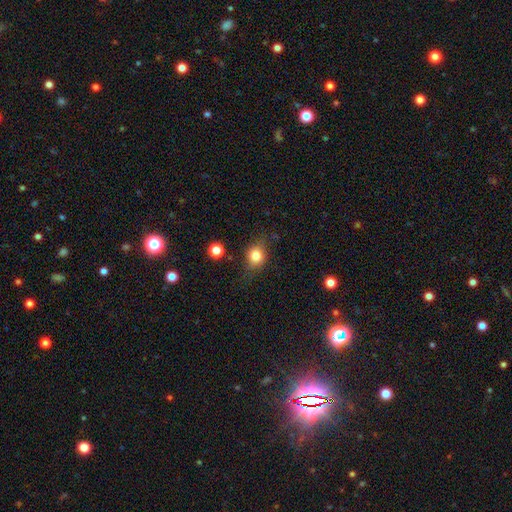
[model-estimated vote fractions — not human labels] A smooth galaxy with no disk features (78%) that is round (63%).

Vote fractions:
- Smooth or featured? smooth: 78% / featured or disk: 12% / star or artifact: 11%
- How rounded? round: 63% / in between: 36% / cigar-shaped: 2%
- Merging? none: 70% / minor disturbance: 21% / major disturbance: 6% / merger: 3%